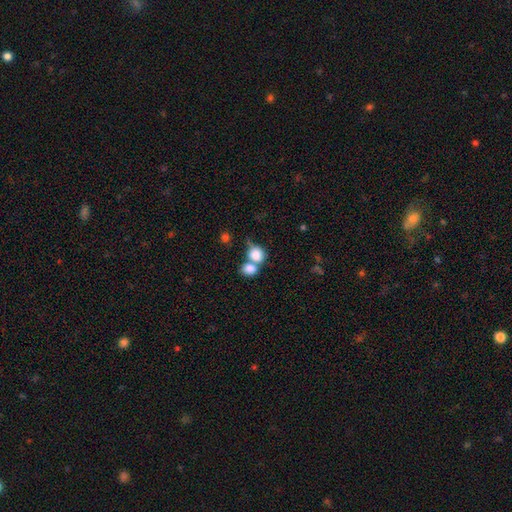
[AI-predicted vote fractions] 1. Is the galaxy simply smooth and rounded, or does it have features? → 81% smooth, 10% featured or disk, 9% star or artifact.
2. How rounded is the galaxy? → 58% round, 40% in between, 1% cigar-shaped.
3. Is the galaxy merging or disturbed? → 61% merger, 25% none, 8% minor disturbance, 5% major disturbance.